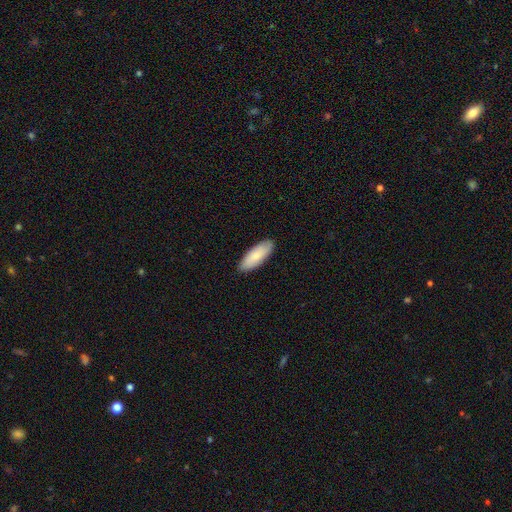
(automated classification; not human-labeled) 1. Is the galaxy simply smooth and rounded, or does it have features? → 84% smooth, 11% featured or disk, 5% star or artifact.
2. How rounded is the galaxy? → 72% in between, 26% cigar-shaped, 2% round.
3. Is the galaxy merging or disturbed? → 89% none, 8% minor disturbance, 1% major disturbance, 1% merger.